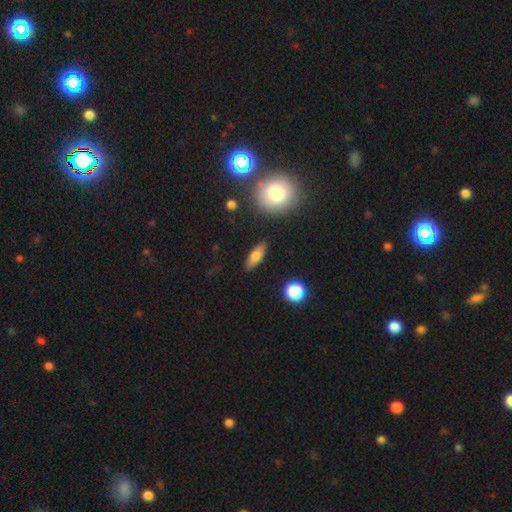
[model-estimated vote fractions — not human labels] A smooth galaxy with no disk features (70%) that is in between round and cigar-shaped (60%). Merging: none (86%).